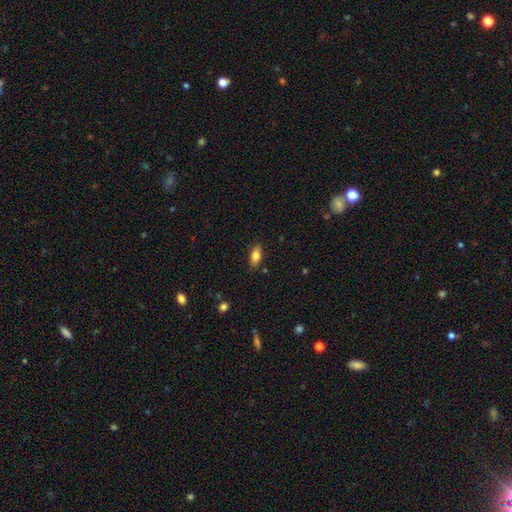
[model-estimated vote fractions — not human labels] smooth 78%, featured or disk 14%, star or artifact 8%. Down the decision tree: how rounded — in between (86%); merging — none (85%).